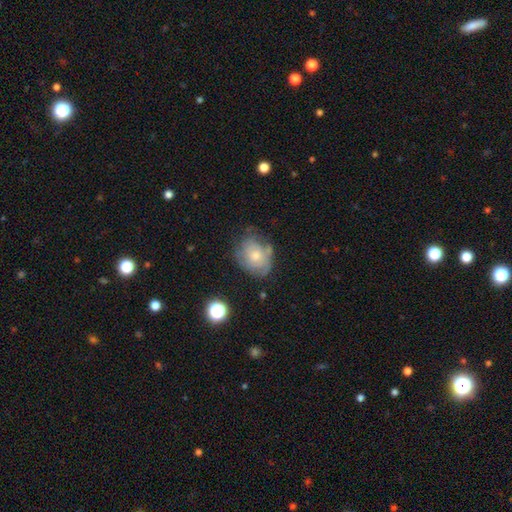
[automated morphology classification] smooth_or_featured: smooth (p=0.46) [alt: featured or disk p=0.45]
merging: none (p=0.55) [alt: minor disturbance p=0.28]